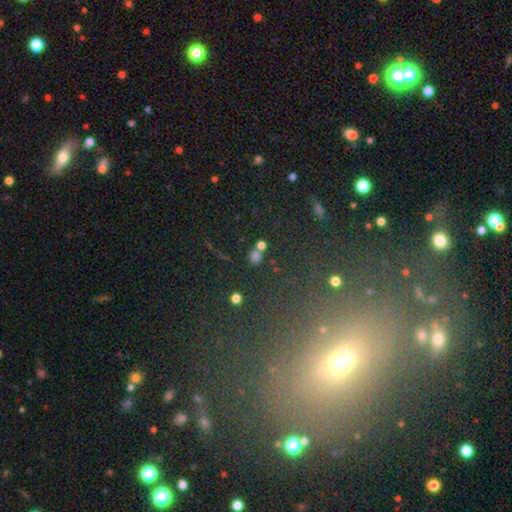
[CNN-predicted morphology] smooth_or_featured: smooth (p=0.71) [alt: star or artifact p=0.21]
how_rounded: round (p=0.81) [alt: in between p=0.17]
merging: none (p=0.59) [alt: merger p=0.26]